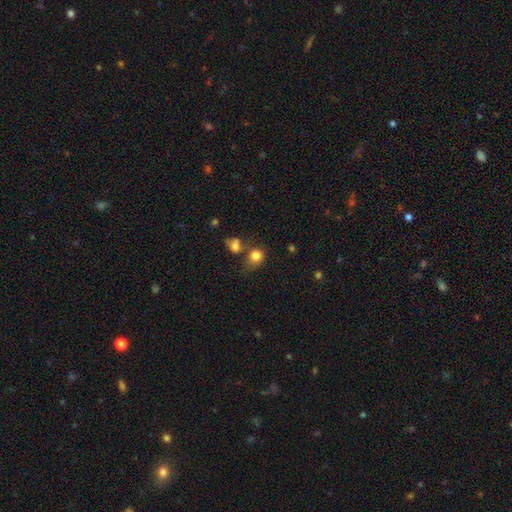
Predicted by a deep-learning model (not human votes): smooth_or_featured: smooth (p=0.82) [alt: star or artifact p=0.11]
how_rounded: round (p=0.70) [alt: in between p=0.29]
merging: none (p=0.50) [alt: merger p=0.23]